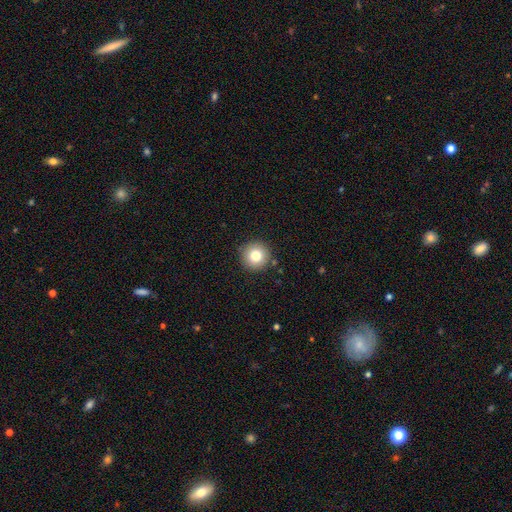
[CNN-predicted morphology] Smooth or featured? smooth (80%)
How rounded? round (96%)
Merging? none (90%)